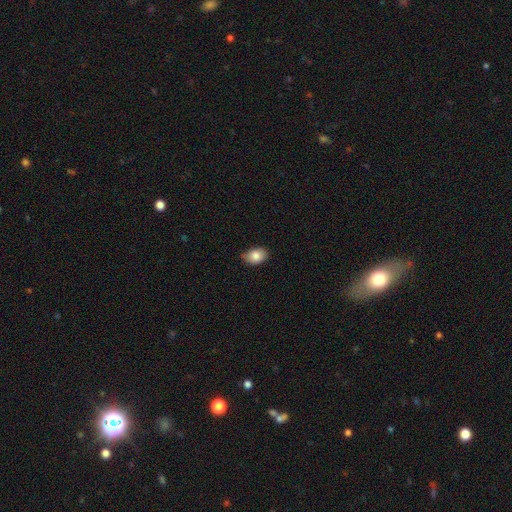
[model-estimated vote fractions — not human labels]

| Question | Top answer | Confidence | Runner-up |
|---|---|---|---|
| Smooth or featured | smooth | 84% | featured or disk (8%) |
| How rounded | in between | 83% | round (16%) |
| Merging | none | 76% | minor disturbance (21%) |